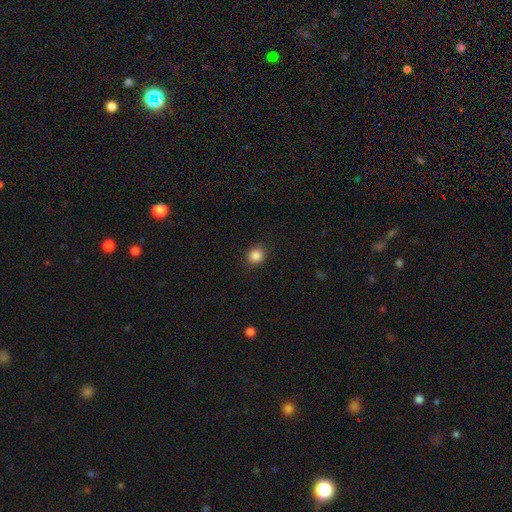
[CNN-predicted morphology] The model was most divided on "how rounded": round: 82%, in between: 17%, cigar-shaped: 1%. More confident: merging — none (88%); smooth or featured — smooth (87%).